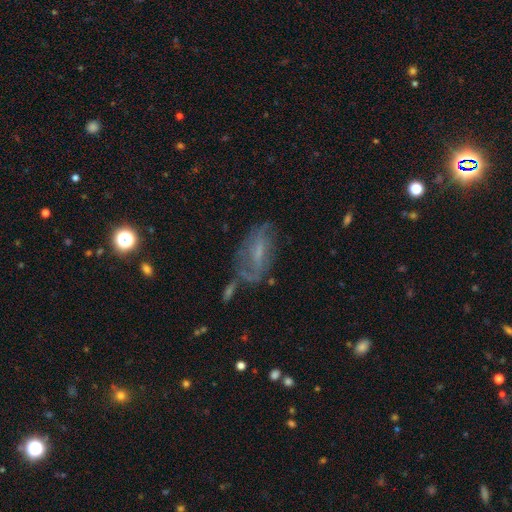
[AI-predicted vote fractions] Overall: featured or disk (51%; smooth 29%). Edge-on disk: no (88%). Merging: none (55%; minor disturbance 23%).